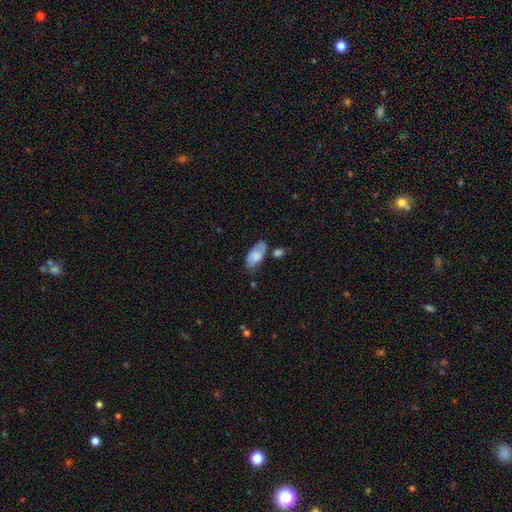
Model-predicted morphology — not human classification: A smooth galaxy with no disk features (65%) that is in between round and cigar-shaped (91%). Merging: none (61%).